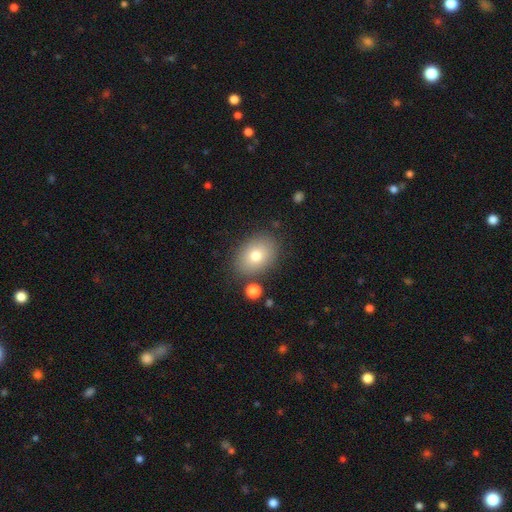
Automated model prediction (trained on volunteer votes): smooth_or_featured: smooth (p=0.76) [alt: featured or disk p=0.14]
how_rounded: in between (p=0.74) [alt: round p=0.25]
merging: none (p=0.83) [alt: minor disturbance p=0.10]